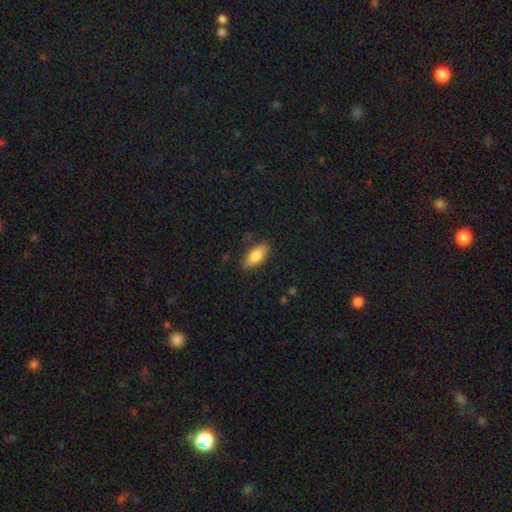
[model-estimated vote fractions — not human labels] Smooth or featured? smooth (80%)
How rounded? in between (83%)
Merging? none (81%)